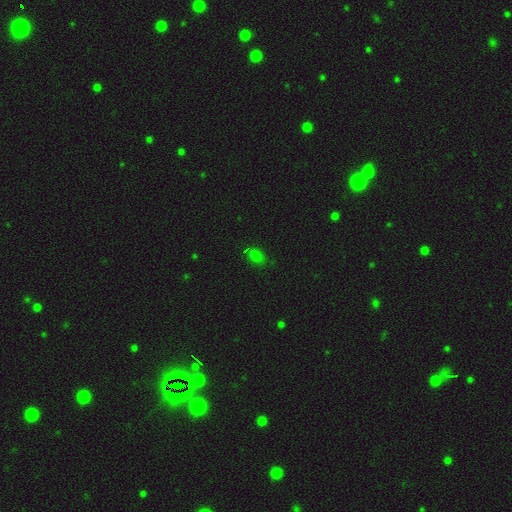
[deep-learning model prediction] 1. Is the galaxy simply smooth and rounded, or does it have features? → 70% smooth, 25% star or artifact, 5% featured or disk.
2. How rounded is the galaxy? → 63% in between, 35% round, 2% cigar-shaped.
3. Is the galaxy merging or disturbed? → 76% none, 17% minor disturbance, 4% major disturbance, 3% merger.